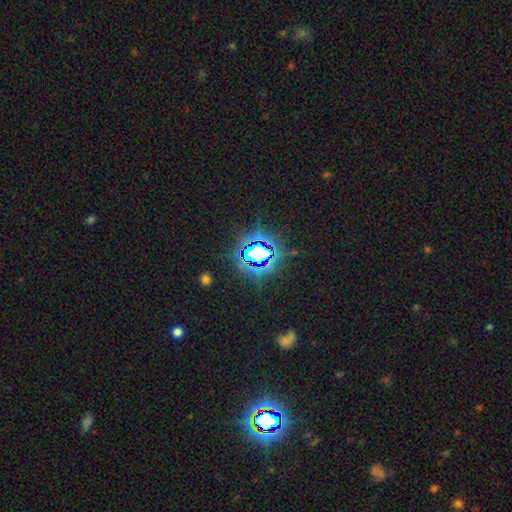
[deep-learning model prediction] smooth-or-featured: star or artifact: 82% | smooth: 12% | featured or disk: 7%